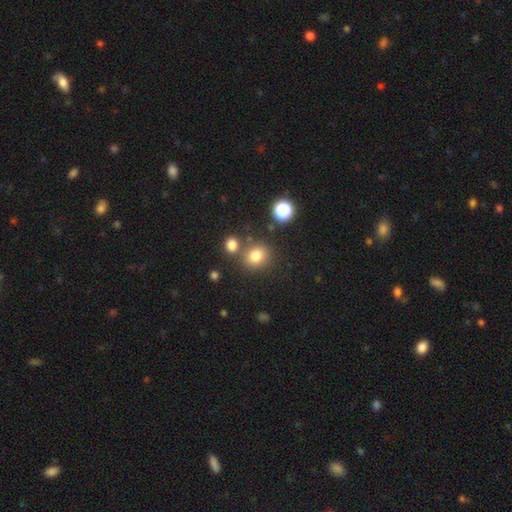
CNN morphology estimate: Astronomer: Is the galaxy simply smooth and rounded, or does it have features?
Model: smooth — 77%.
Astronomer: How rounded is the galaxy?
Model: round — 77%.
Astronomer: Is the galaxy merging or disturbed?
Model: none — 73%.